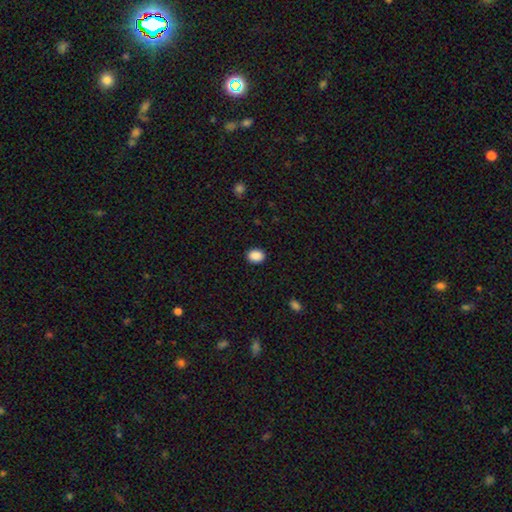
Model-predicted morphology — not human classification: Overall: smooth (90%). How rounded: in between (54%; round 45%). Merging: none (90%).